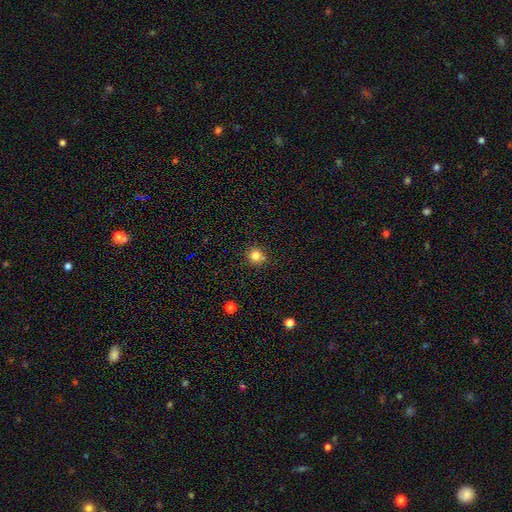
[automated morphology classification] Smooth or featured? Predicted: smooth (p=0.81). How rounded? Predicted: round (p=0.92). Merging? Predicted: none (p=0.80).